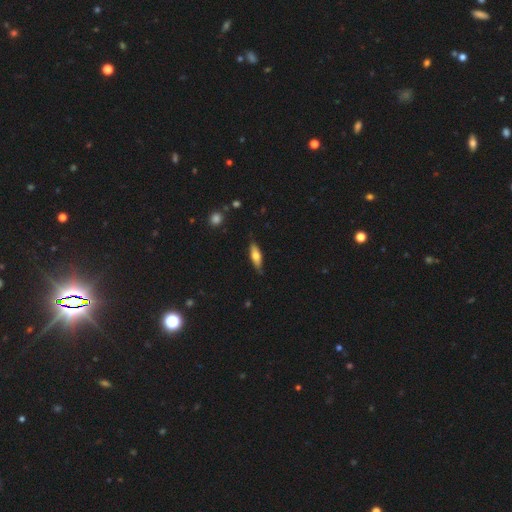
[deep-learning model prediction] smooth 58%, featured or disk 36%, star or artifact 6%. Down the decision tree: how rounded — cigar-shaped (51%); merging — none (80%).